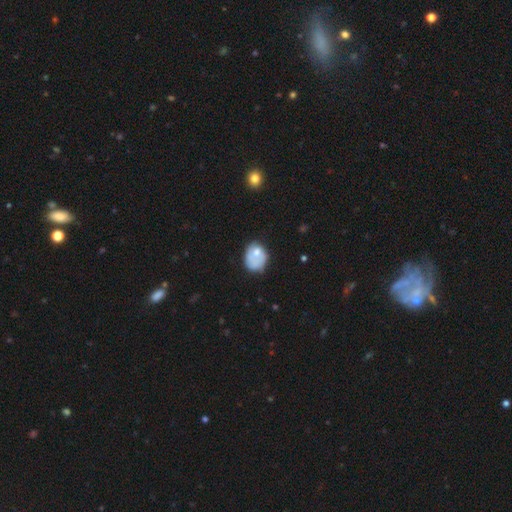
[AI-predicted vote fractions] This appears to be a smooth galaxy with no disk features (63%) that is in between round and cigar-shaped (58%). Merging: none (42%).